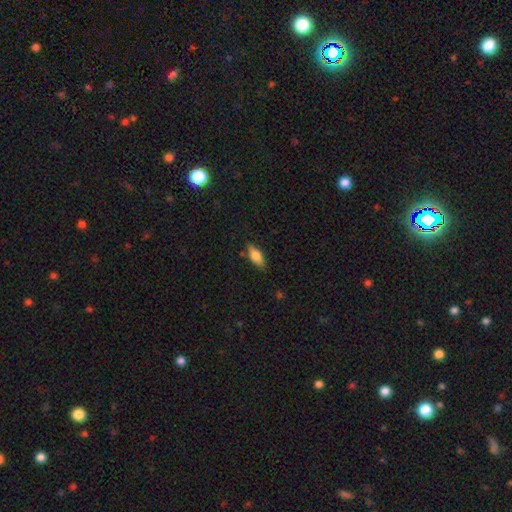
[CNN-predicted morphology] Q: Smooth or featured?
A: smooth (78%); runner-up: featured or disk (16%)
Q: How rounded?
A: in between (79%); runner-up: cigar-shaped (18%)
Q: Merging?
A: none (82%); runner-up: minor disturbance (14%)